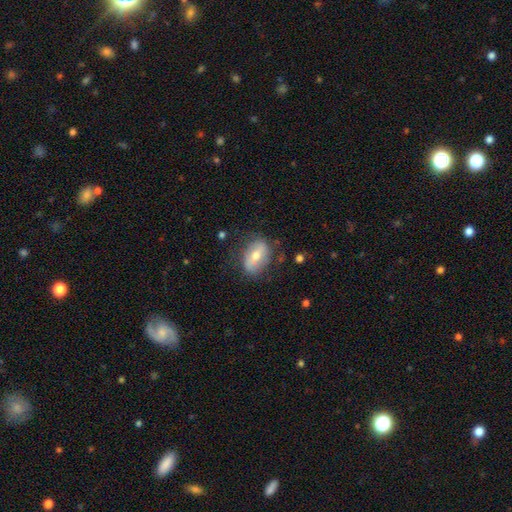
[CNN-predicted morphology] Q: Smooth or featured?
A: smooth (52%); runner-up: featured or disk (41%)
Q: How rounded?
A: in between (85%); runner-up: round (11%)
Q: Merging?
A: none (72%); runner-up: minor disturbance (19%)